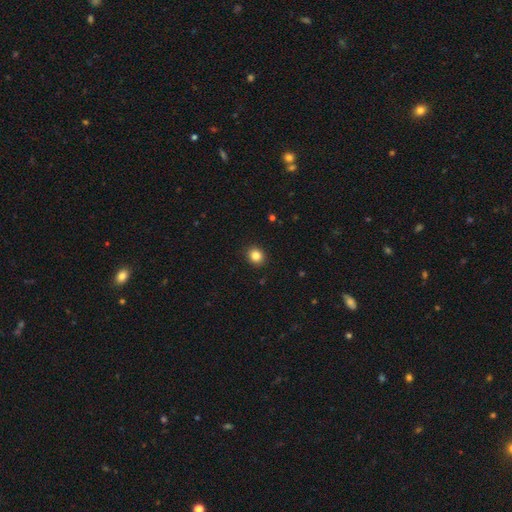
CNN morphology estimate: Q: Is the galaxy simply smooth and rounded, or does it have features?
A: smooth — 84%.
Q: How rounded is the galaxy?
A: round — 73%.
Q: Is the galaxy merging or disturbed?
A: none — 91%.